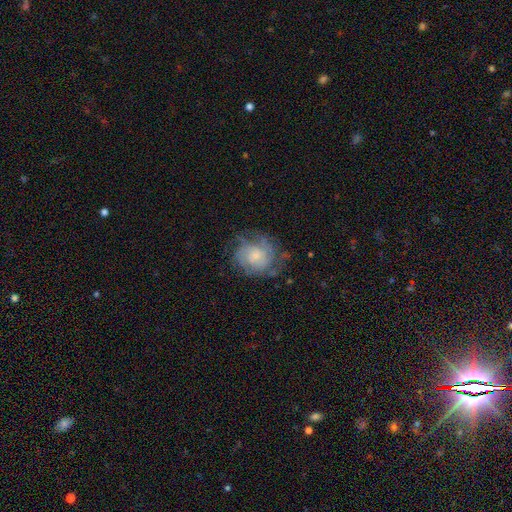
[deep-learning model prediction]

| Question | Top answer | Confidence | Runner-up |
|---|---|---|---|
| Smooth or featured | featured or disk | 65% | smooth (26%) |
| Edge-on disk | no | 98% | yes (2%) |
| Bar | no | 76% | weak (21%) |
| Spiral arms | yes | 84% | no (16%) |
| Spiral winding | tight | 54% | medium (33%) |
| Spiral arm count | can't tell | 50% | 2 (15%) |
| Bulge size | small | 48% | moderate (34%) |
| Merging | none | 61% | minor disturbance (23%) |